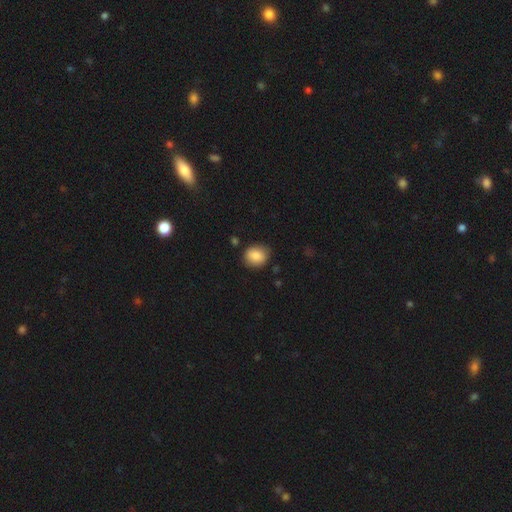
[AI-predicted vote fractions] Morphology: type=smooth (85%); roundness=round (66%); merging=none (81%).